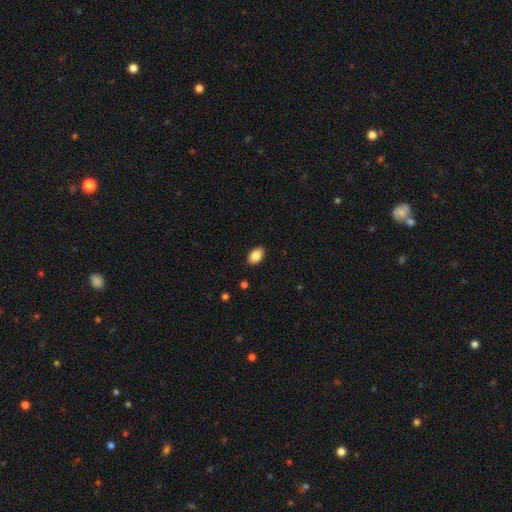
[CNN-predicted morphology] The model was most divided on "smooth or featured": smooth: 87%, star or artifact: 7%, featured or disk: 6%. More confident: how rounded — in between (91%); merging — none (89%).